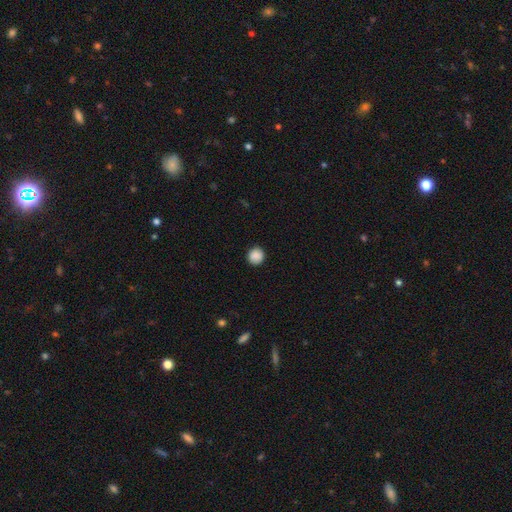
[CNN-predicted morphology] This appears to be a smooth galaxy with no disk features (89%) that is round (93%). Merging: none (91%).